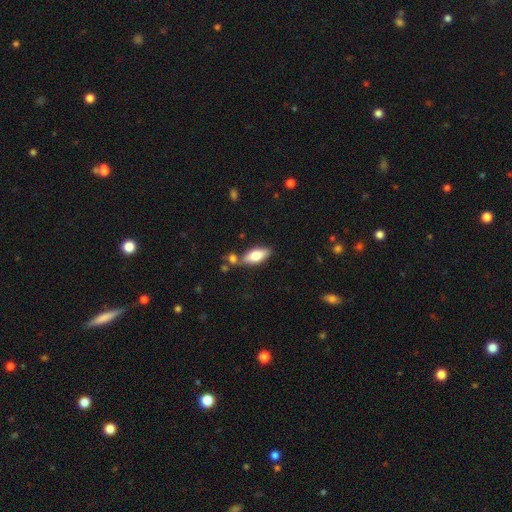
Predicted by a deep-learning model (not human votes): Q: Smooth or featured?
A: smooth (71%); runner-up: featured or disk (23%)
Q: How rounded?
A: in between (77%); runner-up: cigar-shaped (20%)
Q: Merging?
A: none (69%); runner-up: minor disturbance (15%)